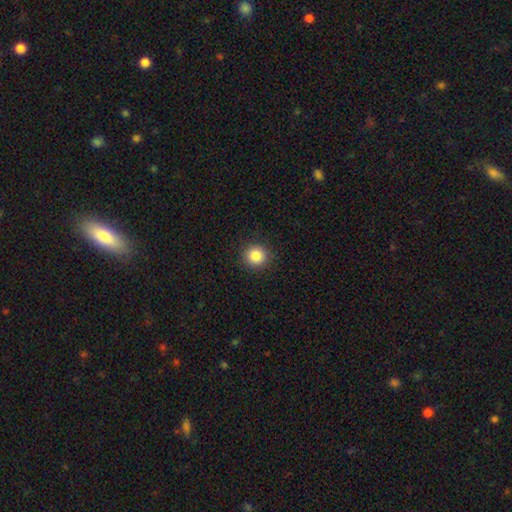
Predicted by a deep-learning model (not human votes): Smooth or featured?
  - smooth: 84% *
  - star or artifact: 11%
  - featured or disk: 5%
How rounded?
  - round: 93% *
  - in between: 6%
  - cigar-shaped: 1%
Merging?
  - none: 91% *
  - minor disturbance: 6%
  - major disturbance: 2%
  - merger: 1%